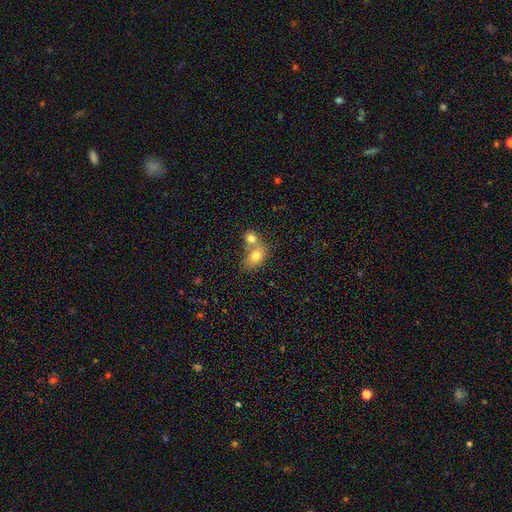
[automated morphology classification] This is likely a smooth galaxy (76%). How rounded: possibly in between (58%). Merging: possibly merger (55%).